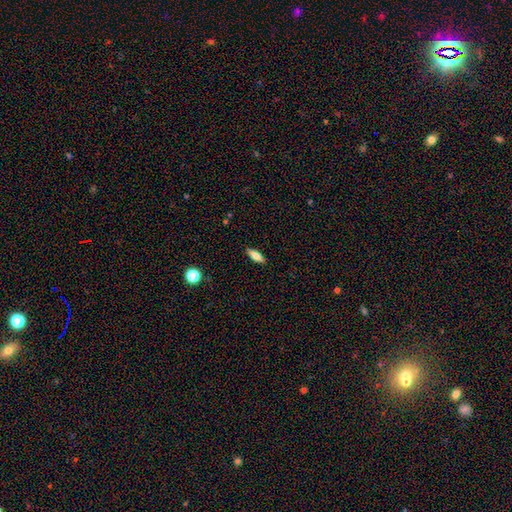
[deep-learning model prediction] The model was most divided on "how rounded": in between: 62%, cigar-shaped: 35%, round: 3%. More confident: merging — none (88%); smooth or featured — smooth (73%).